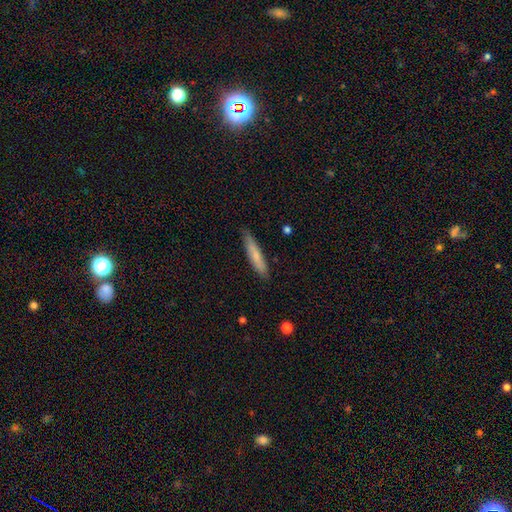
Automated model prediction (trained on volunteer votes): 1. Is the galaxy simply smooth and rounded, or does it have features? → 72% smooth, 22% featured or disk, 6% star or artifact.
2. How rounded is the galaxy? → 89% cigar-shaped, 10% in between, 1% round.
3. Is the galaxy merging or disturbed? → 85% none, 12% minor disturbance, 2% major disturbance, 1% merger.